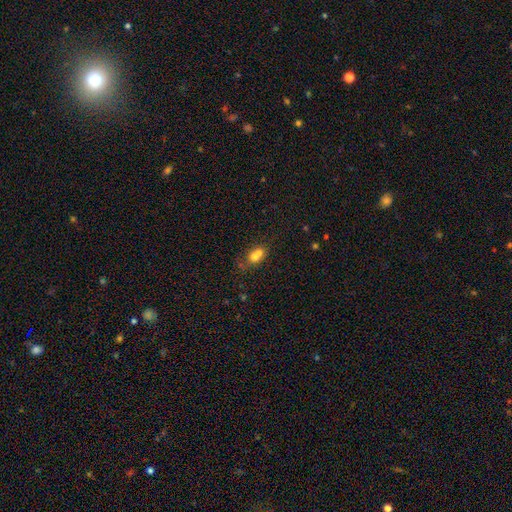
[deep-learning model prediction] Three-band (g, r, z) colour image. It shows a smooth galaxy with no disk features (68%) that is round (59%). Merging: merger (64%).